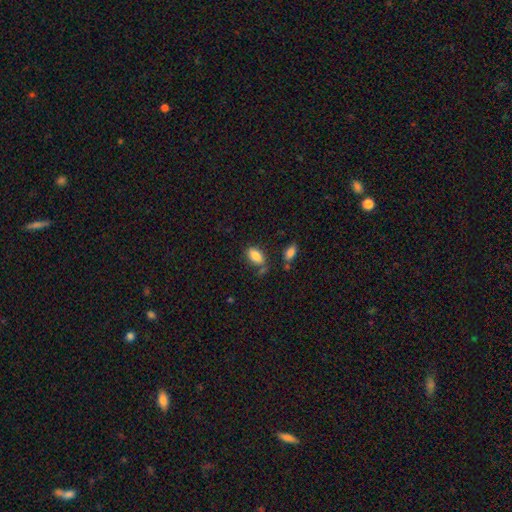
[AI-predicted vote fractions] A smooth galaxy with no disk features (83%) that is in between round and cigar-shaped (91%). Merging: none (67%).